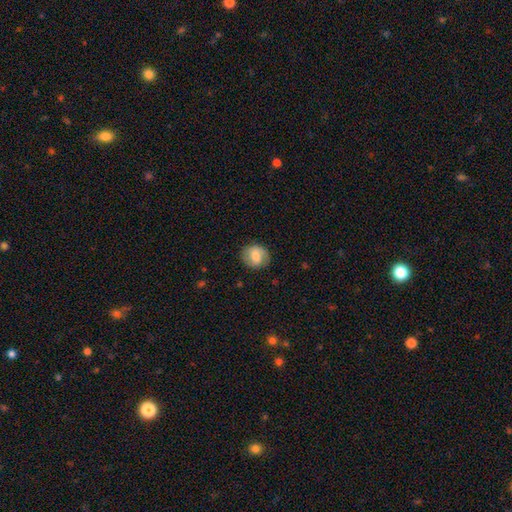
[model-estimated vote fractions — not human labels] A smooth galaxy with no disk features (61%) that is round (76%).

Vote fractions:
- Smooth or featured? smooth: 61% / featured or disk: 32% / star or artifact: 8%
- How rounded? round: 76% / in between: 23% / cigar-shaped: 1%
- Merging? none: 81% / minor disturbance: 14% / major disturbance: 4% / merger: 1%